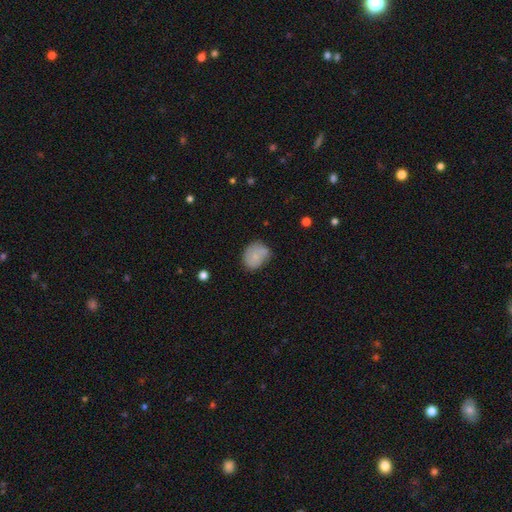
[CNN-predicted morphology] This appears to be a smooth galaxy with no disk features (69%) that is round (50%). Merging: none (54%).